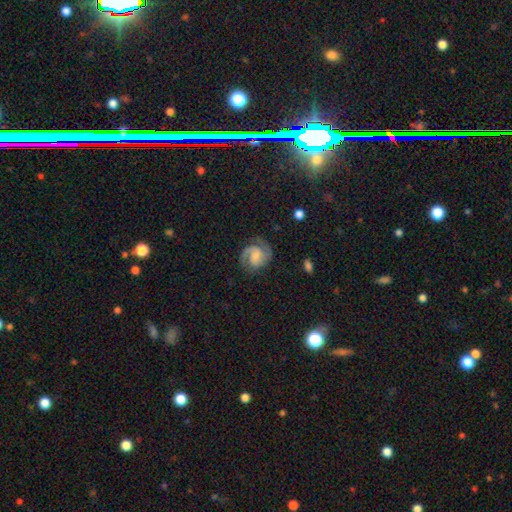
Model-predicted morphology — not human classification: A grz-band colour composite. It shows a featured or disk galaxy (87%) with no bar (44%, tied with weak), 2 (89%) medium (52%) spiral arms (98%) and a small central bulge (35%). Merging: none (77%).